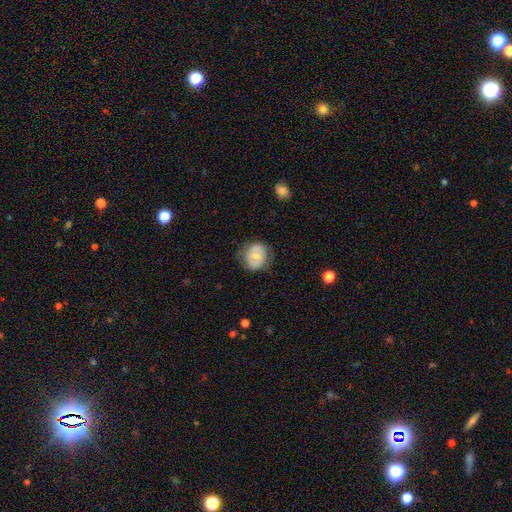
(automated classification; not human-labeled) Morphology: type=smooth (57%); roundness=round (64%); merging=none (69%).